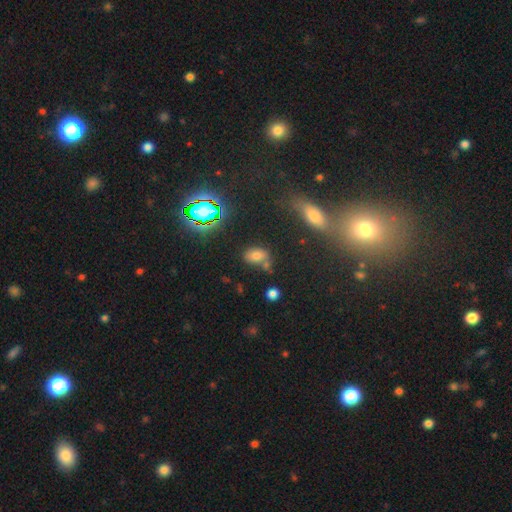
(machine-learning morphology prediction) Overall: smooth (60%; star or artifact 28%). How rounded: in between (80%). Merging: none (63%).